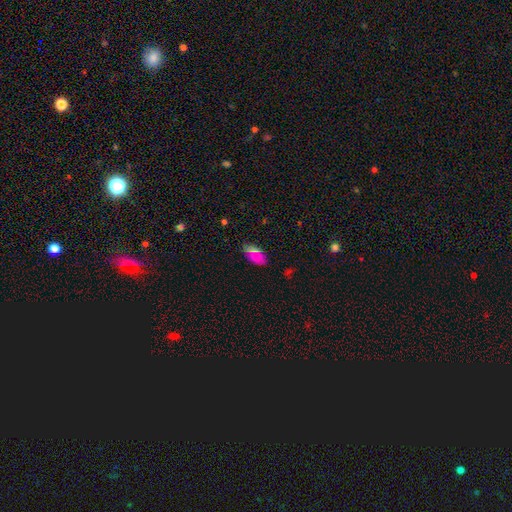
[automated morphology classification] Smooth or featured: smooth — 70% (star or artifact — 18%)
How rounded: in between — 90% (cigar-shaped — 5%)
Merging: none — 83% (minor disturbance — 12%)